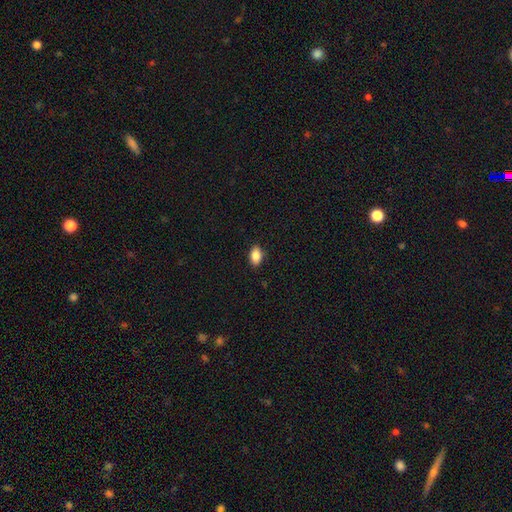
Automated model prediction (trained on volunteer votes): A smooth galaxy with no disk features (87%) that is in between round and cigar-shaped (88%).

Vote fractions:
- Smooth or featured? smooth: 87% / star or artifact: 8% / featured or disk: 5%
- How rounded? in between: 88% / round: 10% / cigar-shaped: 2%
- Merging? none: 87% / minor disturbance: 10% / major disturbance: 2% / merger: 1%